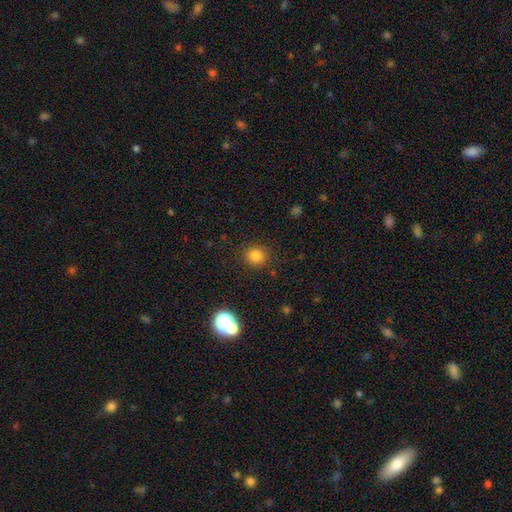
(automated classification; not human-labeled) Smooth or featured? smooth (81%)
How rounded? round (88%)
Merging? none (88%)